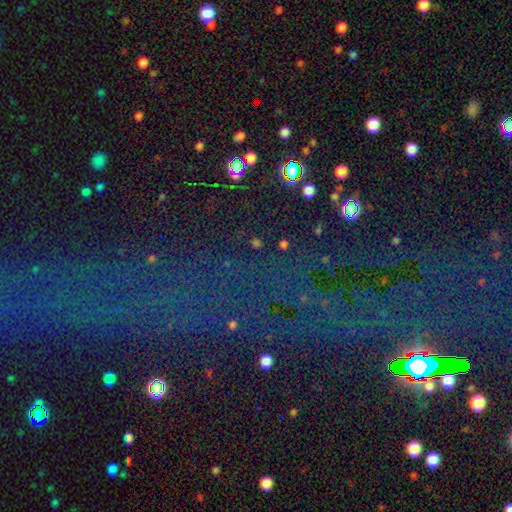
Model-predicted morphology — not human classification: type=star or artifact (74%).